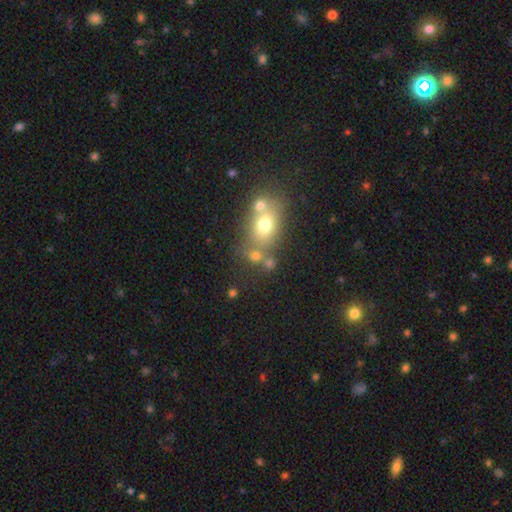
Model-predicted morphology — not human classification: This appears to be a smooth galaxy with no disk features (67%) that is round (49%). Merging: none (48%).